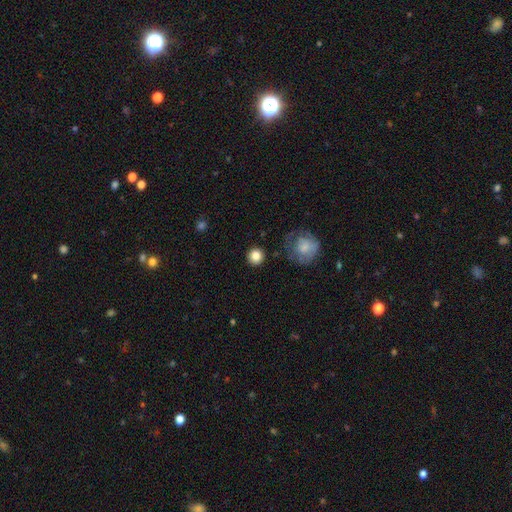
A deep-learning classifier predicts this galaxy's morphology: Overall: smooth (85%). How rounded: round (94%). Merging: none (89%).